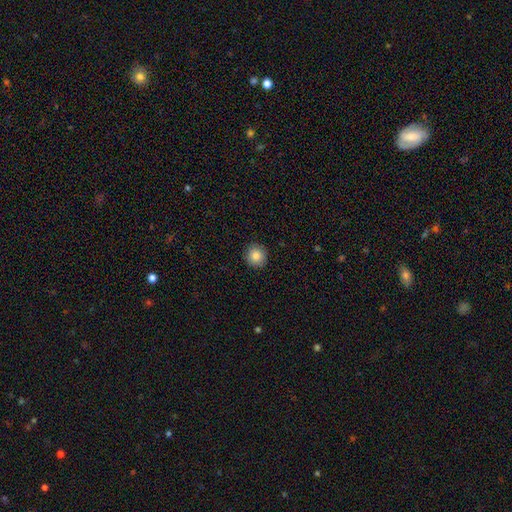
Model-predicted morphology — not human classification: Smooth or featured: smooth — 84% (star or artifact — 9%)
How rounded: round — 94% (in between — 5%)
Merging: none — 92% (minor disturbance — 6%)